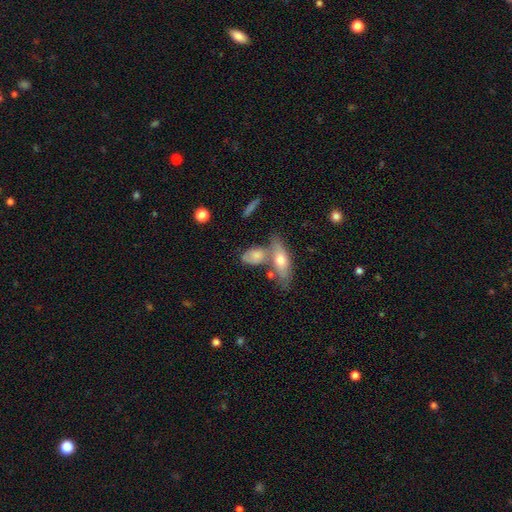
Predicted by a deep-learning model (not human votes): Smooth or featured? smooth (68%)
How rounded? in between (80%)
Merging? merger (39%, tied with none)